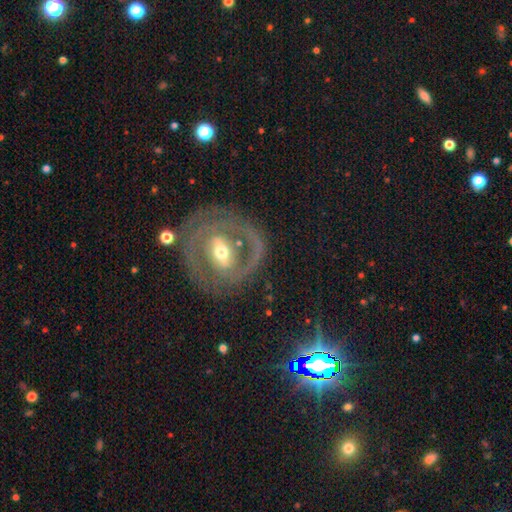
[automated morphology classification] featured or disk 79%, smooth 12%, star or artifact 9%. Down the decision tree: edge-on disk — no (94%); bar — strong (41%); spiral arms — yes (69%); spiral arm count — 2 (57%); spiral winding — tight (55%); bulge size — moderate (56%); merging — none (73%).